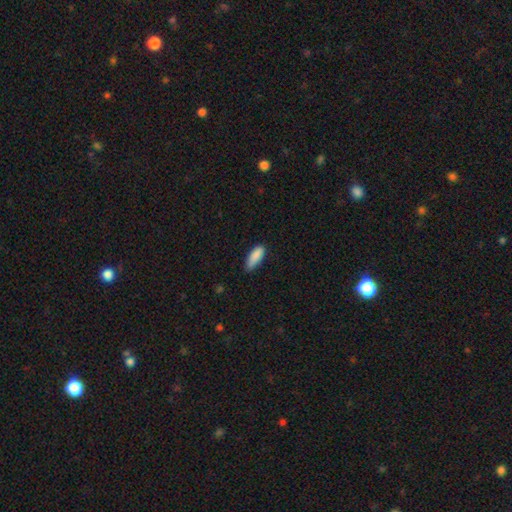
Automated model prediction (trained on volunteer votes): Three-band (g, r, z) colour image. It shows a smooth galaxy with no disk features (89%) that is in between round and cigar-shaped (71%). Merging: none (73%).